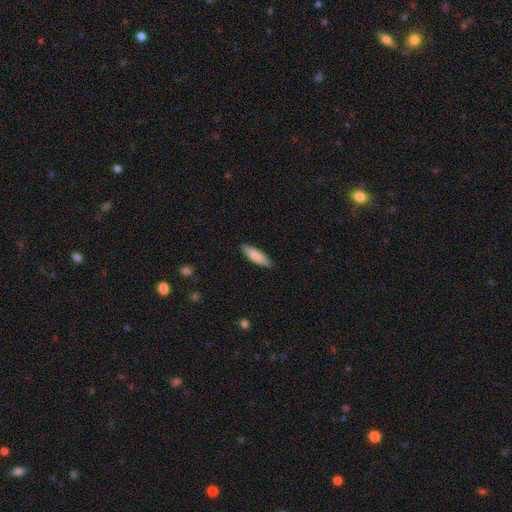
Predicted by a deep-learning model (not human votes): This is clearly a smooth galaxy (86%). How rounded: possibly cigar-shaped (55%). Merging: clearly none (87%).